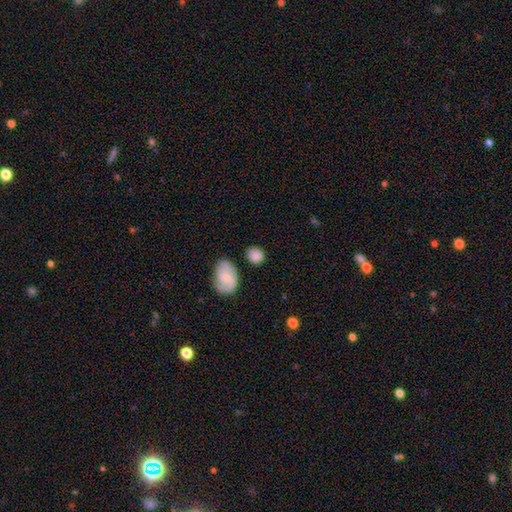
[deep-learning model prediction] The model was most divided on "how rounded": round: 61%, in between: 38%, cigar-shaped: 2%. More confident: smooth or featured — smooth (82%); merging — none (72%).